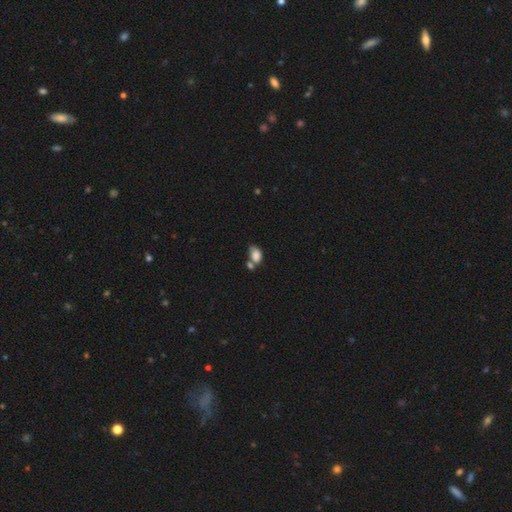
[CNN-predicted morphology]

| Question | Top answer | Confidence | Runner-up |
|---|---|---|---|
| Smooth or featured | smooth | 82% | star or artifact (9%) |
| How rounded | in between | 86% | round (13%) |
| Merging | merger | 43% | none (34%) |